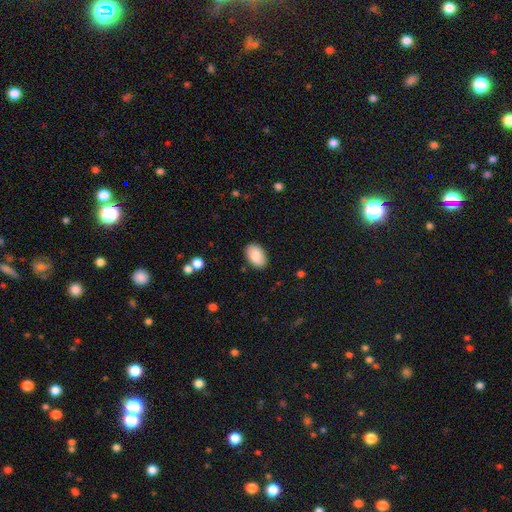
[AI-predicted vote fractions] The model was most divided on "smooth or featured": smooth: 85%, featured or disk: 9%, star or artifact: 6%. More confident: how rounded — in between (90%); merging — none (88%).